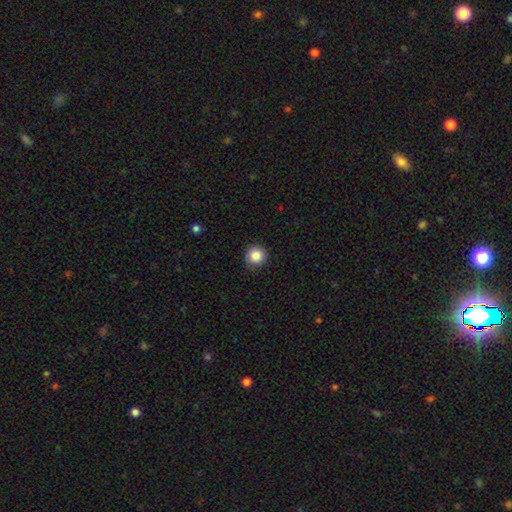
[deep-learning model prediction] This is clearly a smooth galaxy (87%). How rounded: clearly round (95%). Merging: clearly none (88%).